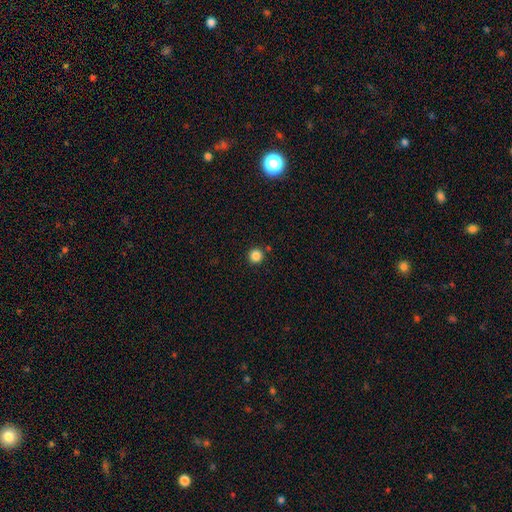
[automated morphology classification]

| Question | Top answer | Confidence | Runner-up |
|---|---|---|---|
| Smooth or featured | smooth | 85% | star or artifact (12%) |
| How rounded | round | 95% | in between (4%) |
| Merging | none | 89% | minor disturbance (5%) |